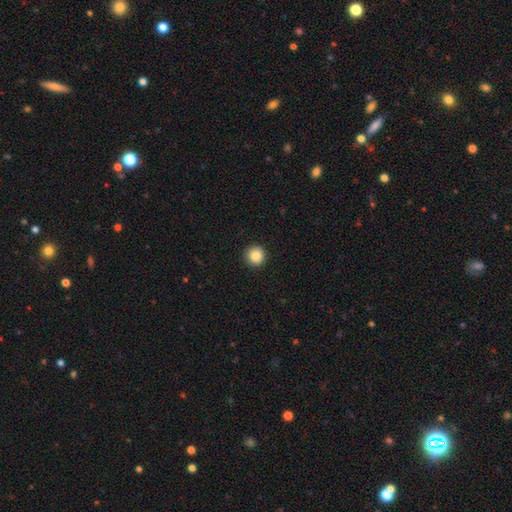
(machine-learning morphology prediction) Overall: smooth (87%). How rounded: round (95%). Merging: none (92%).